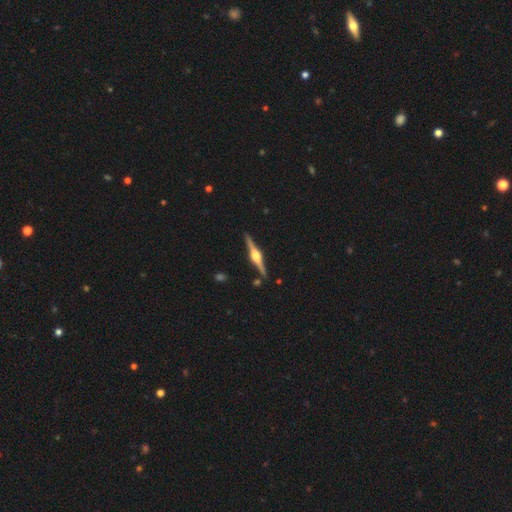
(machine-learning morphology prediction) This appears to be a featured or disk galaxy (87%) viewed edge-on (99%) with a rounded central bulge (94%). Merging: none (90%).